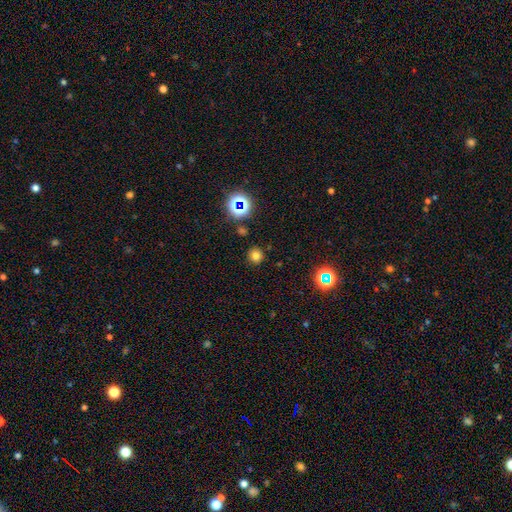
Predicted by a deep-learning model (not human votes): Smooth or featured? Predicted: smooth (p=0.73). How rounded? Predicted: round (p=0.93). Merging? Predicted: none (p=0.88).